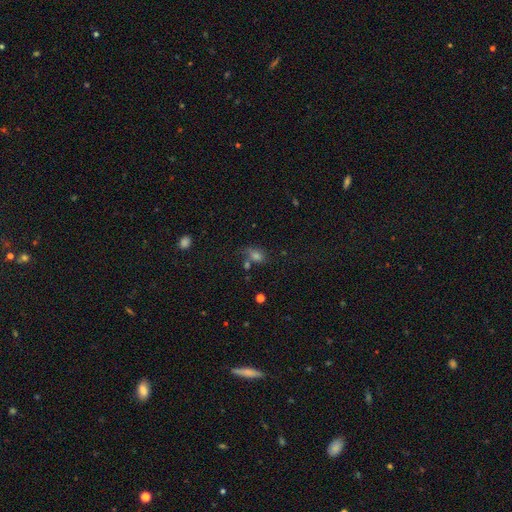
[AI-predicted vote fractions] Smooth or featured?
  - smooth: 66% *
  - star or artifact: 21%
  - featured or disk: 13%
How rounded?
  - in between: 70% *
  - round: 25%
  - cigar-shaped: 4%
Merging?
  - none: 47% *
  - minor disturbance: 22%
  - merger: 17%
  - major disturbance: 14%